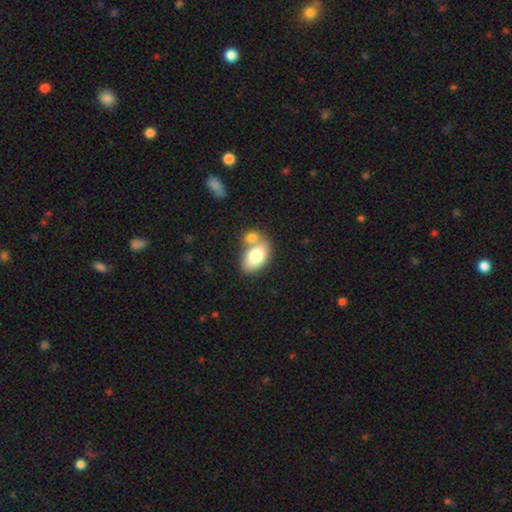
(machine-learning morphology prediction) Smooth or featured? smooth (75%)
How rounded? in between (88%)
Merging? merger (42%, tied with none)